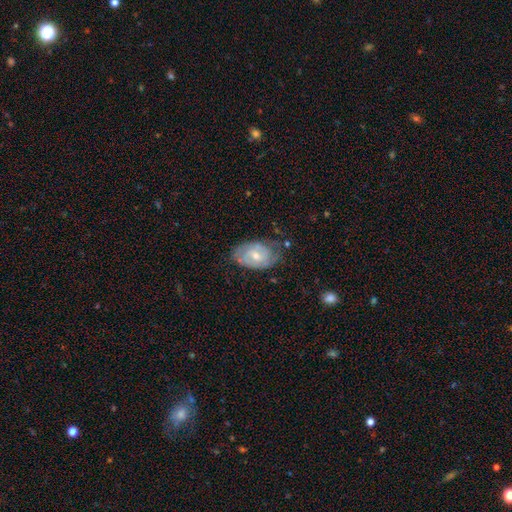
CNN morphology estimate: Q: Smooth or featured?
A: featured or disk (74%); runner-up: smooth (21%)
Q: Edge-on disk?
A: no (96%); runner-up: yes (4%)
Q: Bar?
A: no (51%); runner-up: weak (42%)
Q: Spiral arms?
A: yes (87%); runner-up: no (13%)
Q: Spiral winding?
A: tight (56%); runner-up: medium (34%)
Q: Spiral arm count?
A: 2 (57%); runner-up: can't tell (27%)
Q: Bulge size?
A: small (49%); runner-up: moderate (48%)
Q: Merging?
A: none (62%); runner-up: minor disturbance (27%)